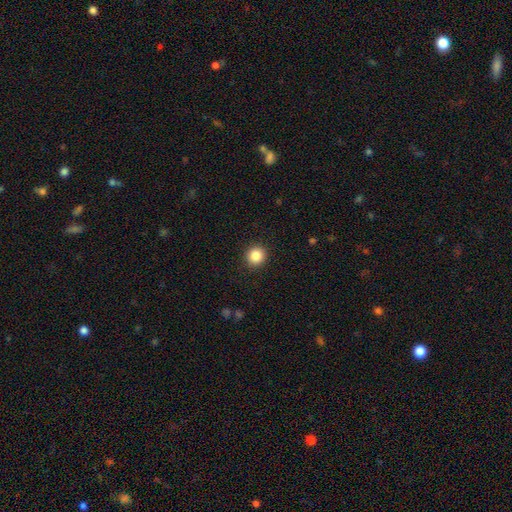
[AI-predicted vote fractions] Morphology: type=smooth (86%); roundness=round (92%); merging=none (92%).